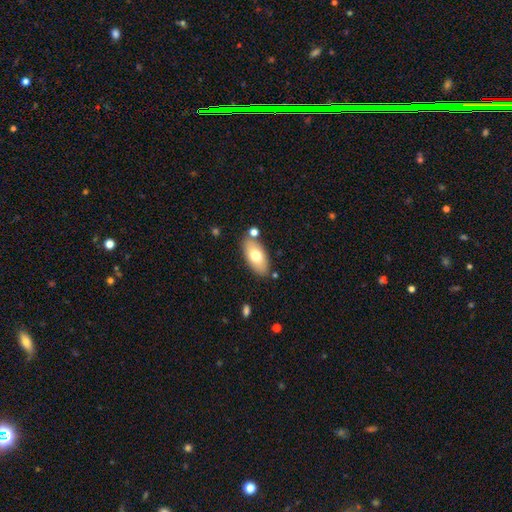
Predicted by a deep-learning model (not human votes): Overall: smooth (70%). How rounded: in between (92%). Merging: none (80%).